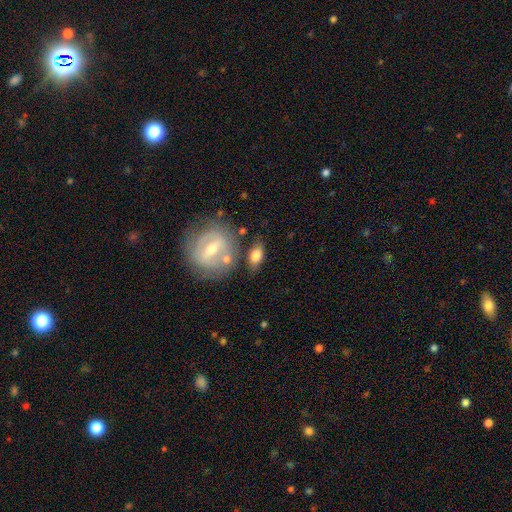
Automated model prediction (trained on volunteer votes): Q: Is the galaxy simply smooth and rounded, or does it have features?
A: smooth — 70%.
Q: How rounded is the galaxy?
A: in between — 79%.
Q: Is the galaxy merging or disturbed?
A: none — 64%.